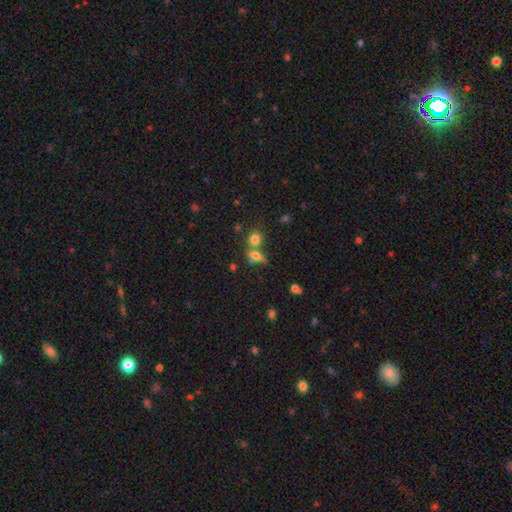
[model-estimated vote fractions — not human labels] Q: Smooth or featured?
A: smooth (65%); runner-up: featured or disk (21%)
Q: How rounded?
A: in between (55%); runner-up: round (28%)
Q: Merging?
A: none (44%); runner-up: merger (39%)